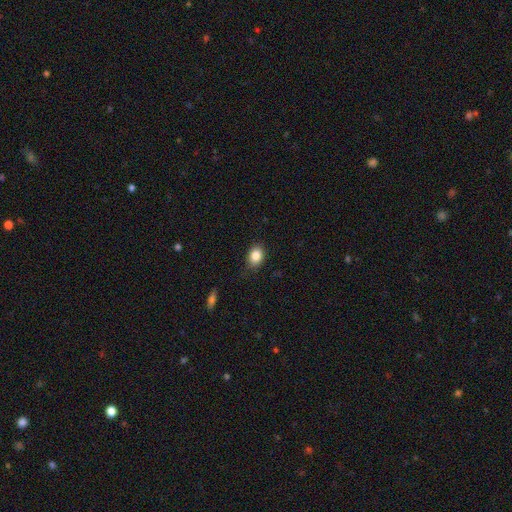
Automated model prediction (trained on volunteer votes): Smooth or featured?
  - smooth: 85% *
  - star or artifact: 9%
  - featured or disk: 6%
How rounded?
  - in between: 61% *
  - round: 37%
  - cigar-shaped: 1%
Merging?
  - none: 81% *
  - minor disturbance: 15%
  - major disturbance: 3%
  - merger: 1%